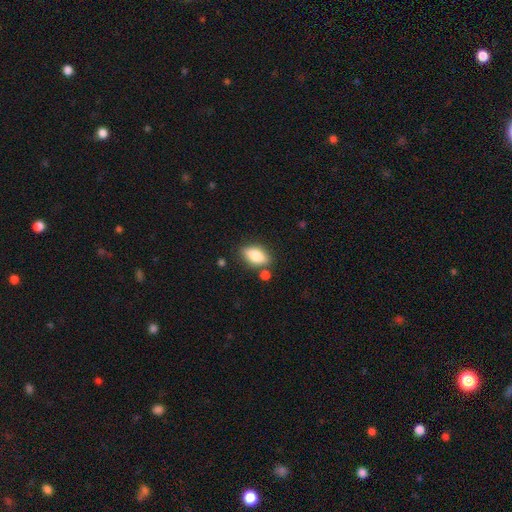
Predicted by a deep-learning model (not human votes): smooth 74%, featured or disk 18%, star or artifact 8%. Down the decision tree: how rounded — in between (84%); merging — none (77%).